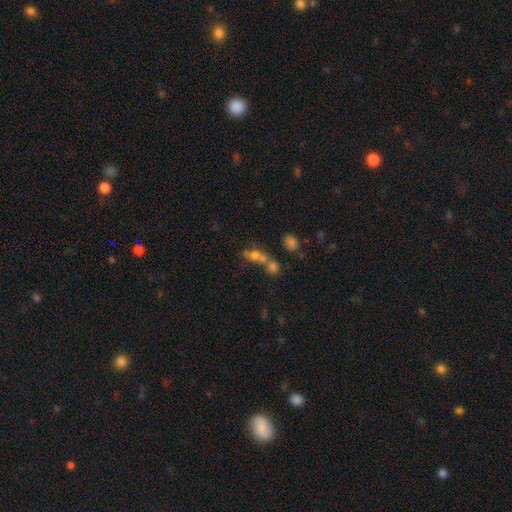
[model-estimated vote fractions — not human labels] Overall: smooth (62%). How rounded: in between (54%; round 40%). Merging: merger (58%; none 26%).